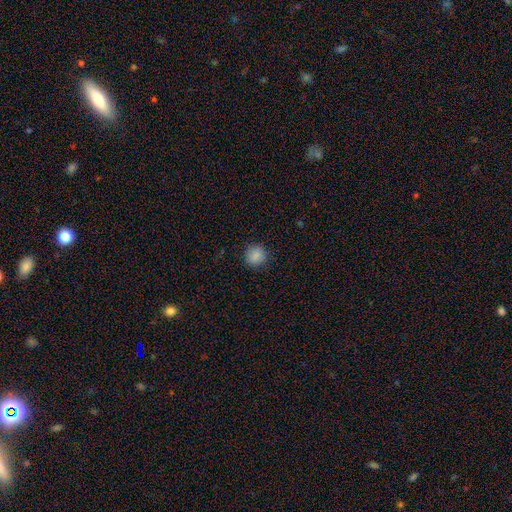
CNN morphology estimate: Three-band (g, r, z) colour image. It shows a smooth galaxy with no disk features (87%) that is round (90%). Merging: none (89%).